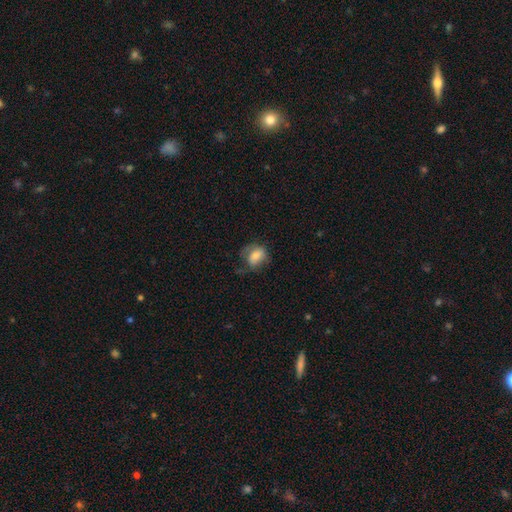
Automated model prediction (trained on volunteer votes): Q: Smooth or featured?
A: smooth (67%); runner-up: featured or disk (24%)
Q: How rounded?
A: in between (65%); runner-up: round (33%)
Q: Merging?
A: none (48%); runner-up: minor disturbance (29%)